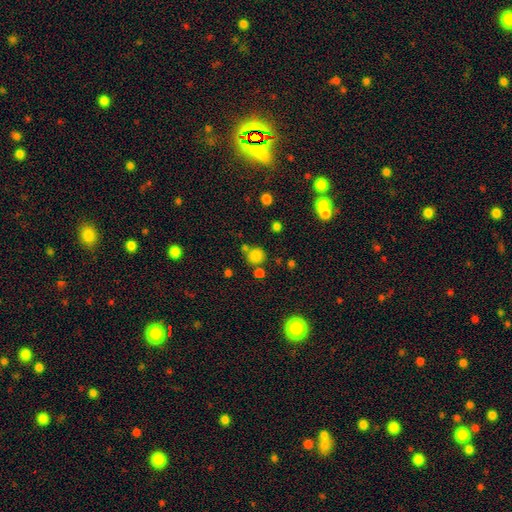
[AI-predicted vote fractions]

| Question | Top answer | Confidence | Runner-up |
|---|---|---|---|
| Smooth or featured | smooth | 77% | star or artifact (18%) |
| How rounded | round | 87% | in between (12%) |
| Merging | none | 69% | merger (14%) |